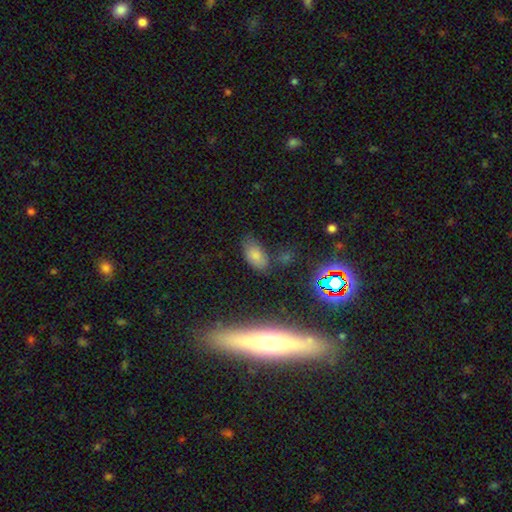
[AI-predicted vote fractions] A smooth galaxy with no disk features (74%) that is in between round and cigar-shaped (93%). Merging: none (66%).